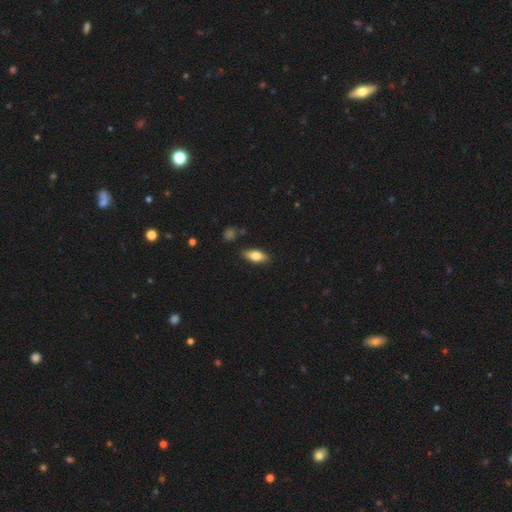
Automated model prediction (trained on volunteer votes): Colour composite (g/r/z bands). It shows a smooth galaxy with no disk features (71%) that is in between round and cigar-shaped (79%). Merging: none (86%).